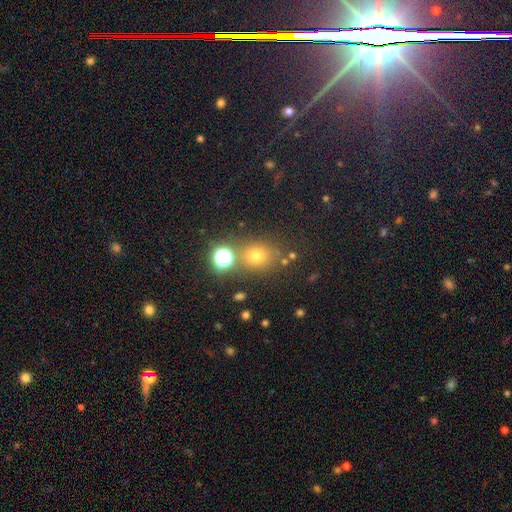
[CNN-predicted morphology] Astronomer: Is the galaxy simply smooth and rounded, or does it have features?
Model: smooth — 61%.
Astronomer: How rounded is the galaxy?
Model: round — 79%.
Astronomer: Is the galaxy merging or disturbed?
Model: none — 74%.